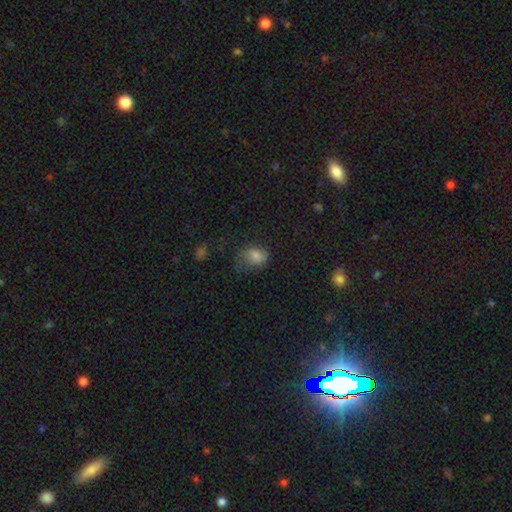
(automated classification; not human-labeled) Smooth or featured: smooth — 77% (star or artifact — 12%)
How rounded: in between — 63% (round — 36%)
Merging: none — 52% (minor disturbance — 30%)